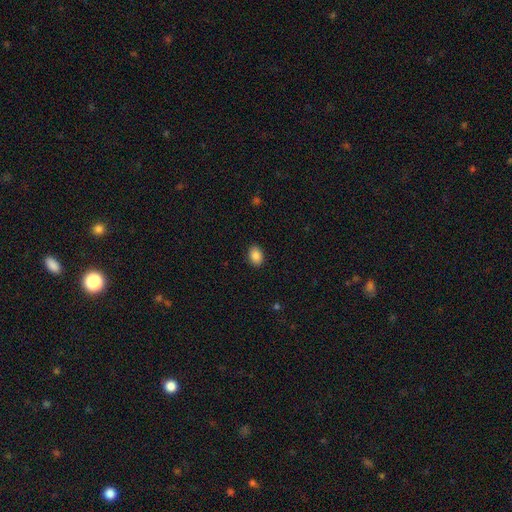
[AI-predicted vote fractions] Smooth or featured?
  - smooth: 87% *
  - star or artifact: 8%
  - featured or disk: 4%
How rounded?
  - in between: 74% *
  - round: 25%
  - cigar-shaped: 1%
Merging?
  - none: 90% *
  - minor disturbance: 8%
  - major disturbance: 2%
  - merger: 1%